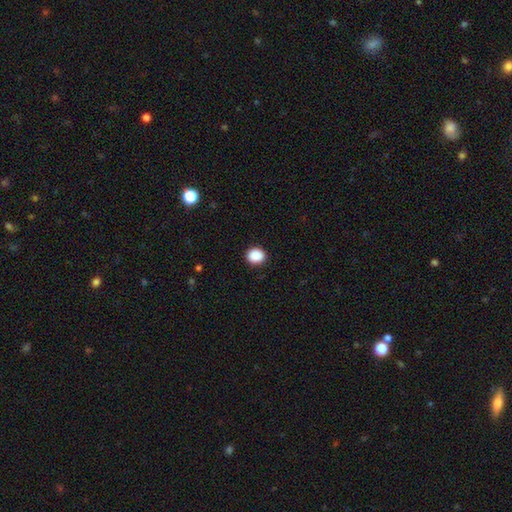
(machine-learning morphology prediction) smooth-or-featured: smooth: 89% | star or artifact: 8% | featured or disk: 2%
  how-rounded: round: 75% | in between: 24% | cigar-shaped: 1%
  merging: none: 91% | minor disturbance: 6% | major disturbance: 2% | merger: 1%